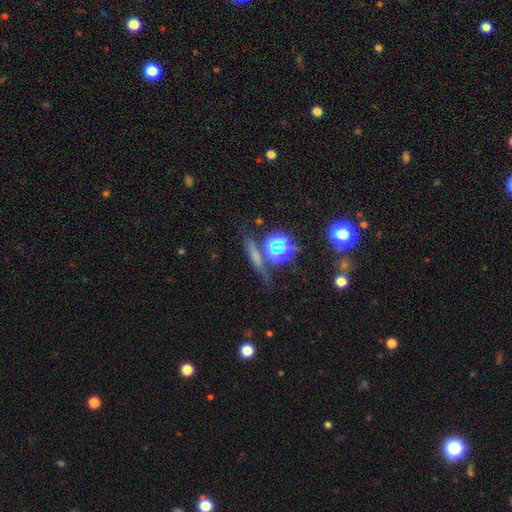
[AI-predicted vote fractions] smooth-or-featured: smooth: 44% | star or artifact: 31% | featured or disk: 25%
  merging: none: 75% | minor disturbance: 13% | merger: 7% | major disturbance: 5%